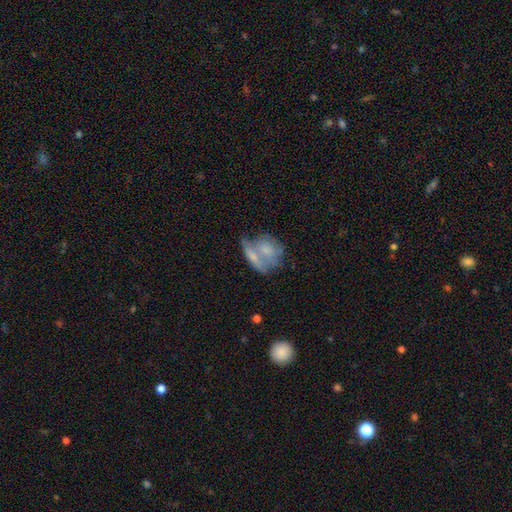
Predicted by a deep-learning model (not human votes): Smooth or featured? Predicted: smooth (p=0.55). How rounded? Predicted: in between (p=0.53). Merging? Predicted: merger (p=0.51).